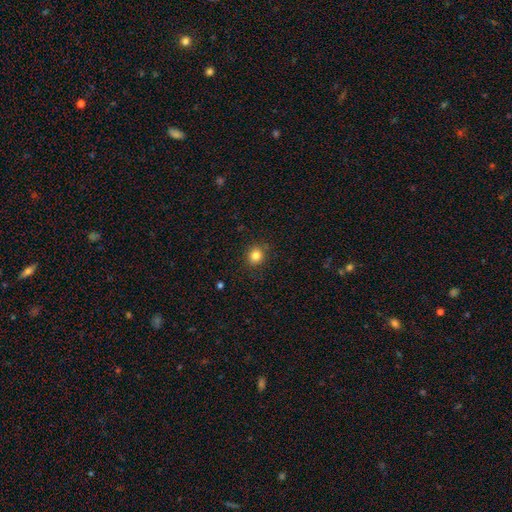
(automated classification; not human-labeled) Smooth or featured?
  - smooth: 83% *
  - star or artifact: 12%
  - featured or disk: 6%
How rounded?
  - round: 82% *
  - in between: 17%
  - cigar-shaped: 1%
Merging?
  - none: 87% *
  - minor disturbance: 9%
  - major disturbance: 3%
  - merger: 1%